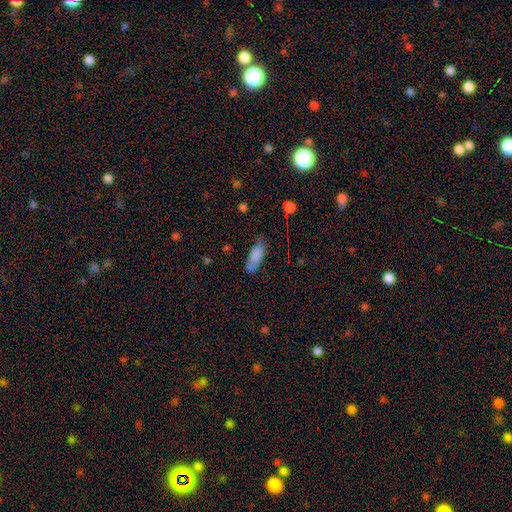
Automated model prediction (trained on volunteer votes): Q: Smooth or featured?
A: smooth (79%); runner-up: featured or disk (12%)
Q: How rounded?
A: in between (74%); runner-up: cigar-shaped (23%)
Q: Merging?
A: none (62%); runner-up: minor disturbance (25%)